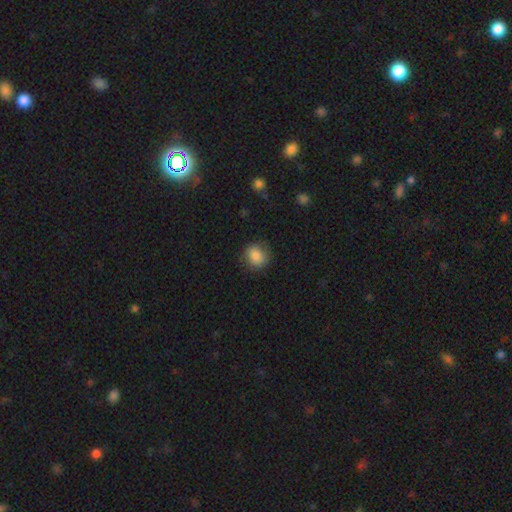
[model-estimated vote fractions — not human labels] The model was most divided on "how rounded": round: 76%, in between: 23%, cigar-shaped: 1%. More confident: smooth or featured — smooth (82%); merging — none (76%).